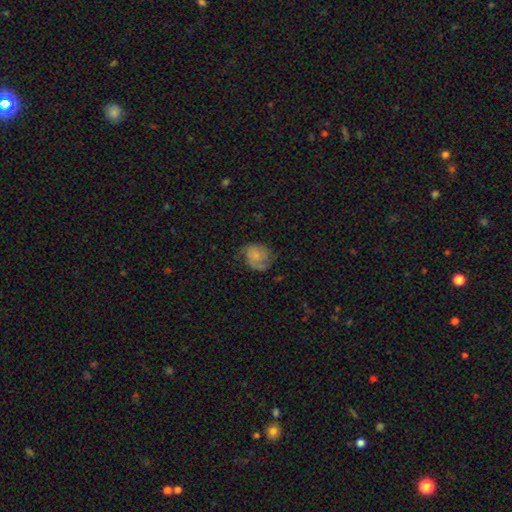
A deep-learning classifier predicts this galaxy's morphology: Smooth or featured? featured or disk (60%)
Edge-on disk? no (98%)
Bar? no (70%)
Spiral arms? yes (90%)
Spiral winding? medium (45%)
Spiral arm count? 2 (67%)
Bulge size? small (56%)
Merging? none (59%)